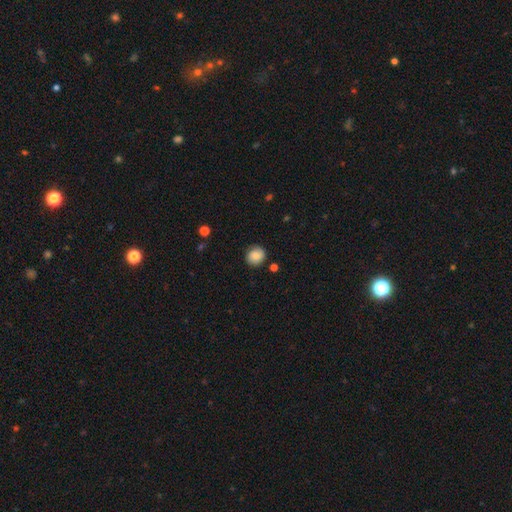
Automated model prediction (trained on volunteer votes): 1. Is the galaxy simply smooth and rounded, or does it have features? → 79% smooth, 12% featured or disk, 9% star or artifact.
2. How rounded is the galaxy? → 86% round, 13% in between, 1% cigar-shaped.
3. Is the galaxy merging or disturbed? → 82% none, 13% minor disturbance, 3% major disturbance, 2% merger.